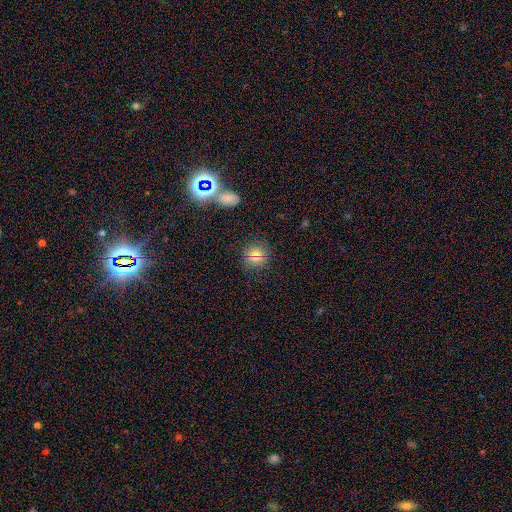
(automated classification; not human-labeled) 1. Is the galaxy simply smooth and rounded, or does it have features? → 74% smooth, 17% star or artifact, 9% featured or disk.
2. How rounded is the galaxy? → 90% round, 9% in between, 1% cigar-shaped.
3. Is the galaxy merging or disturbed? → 84% none, 10% minor disturbance, 4% merger, 3% major disturbance.